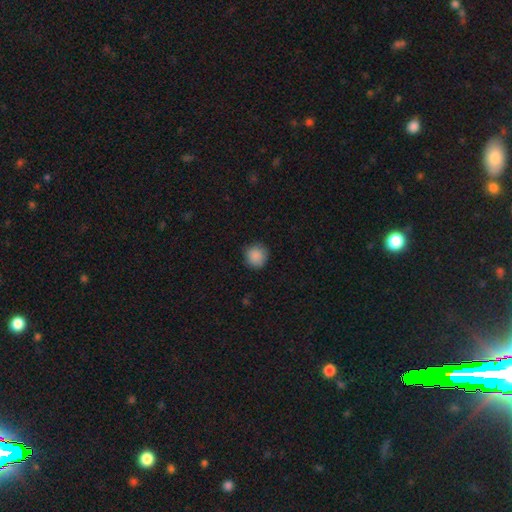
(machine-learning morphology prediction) type=smooth (88%); roundness=round (92%); merging=none (86%).